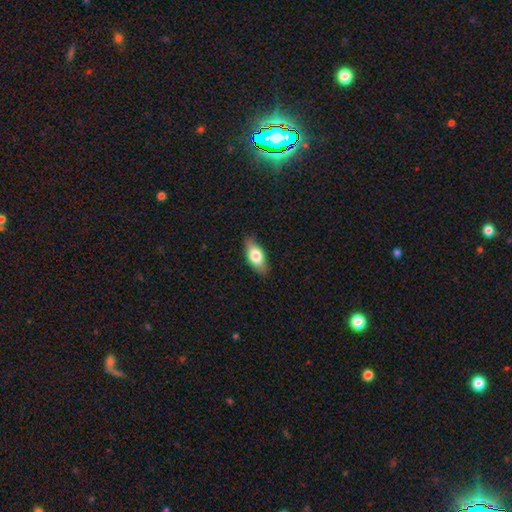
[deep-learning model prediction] smooth_or_featured: smooth (p=0.70) [alt: featured or disk p=0.24]
how_rounded: in between (p=0.83) [alt: cigar-shaped p=0.13]
merging: none (p=0.84) [alt: minor disturbance p=0.13]